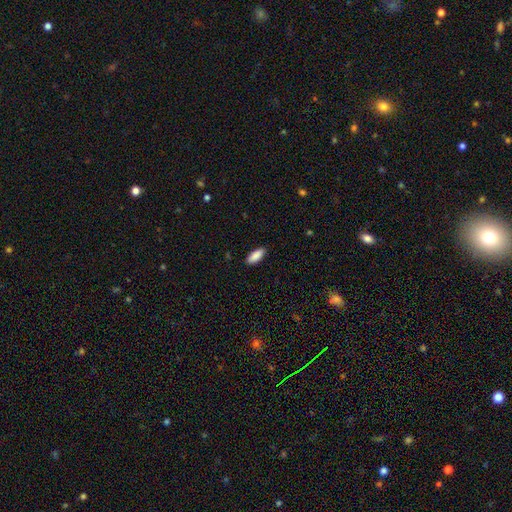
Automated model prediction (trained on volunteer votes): Smooth or featured? Predicted: smooth (p=0.90). How rounded? Predicted: in between (p=0.79). Merging? Predicted: none (p=0.89).